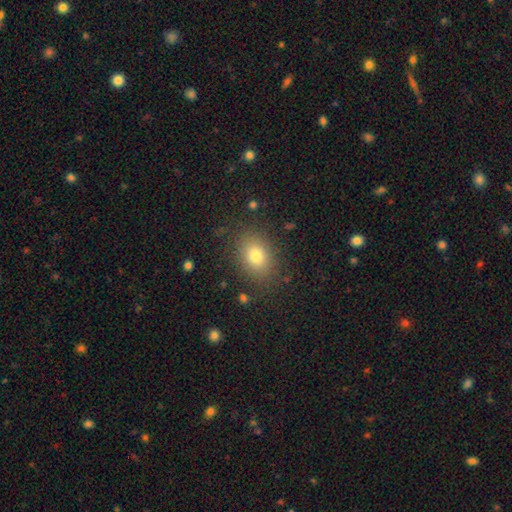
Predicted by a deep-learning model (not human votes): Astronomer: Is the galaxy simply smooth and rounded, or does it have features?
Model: smooth — 78%.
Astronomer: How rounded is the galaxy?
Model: in between — 64%.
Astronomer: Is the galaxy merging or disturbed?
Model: none — 84%.